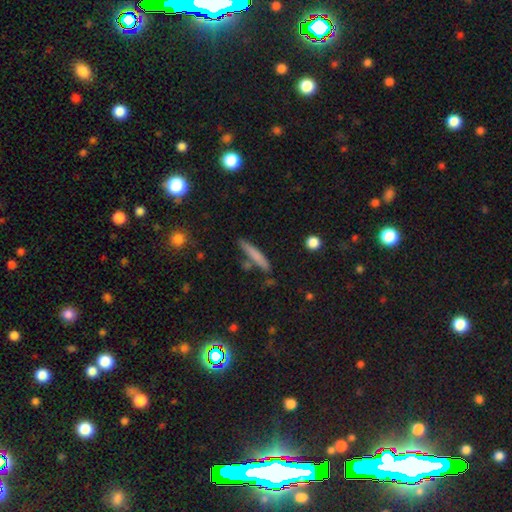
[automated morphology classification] A smooth galaxy with no disk features (72%) that is cigar-shaped (93%). Merging: none (79%).